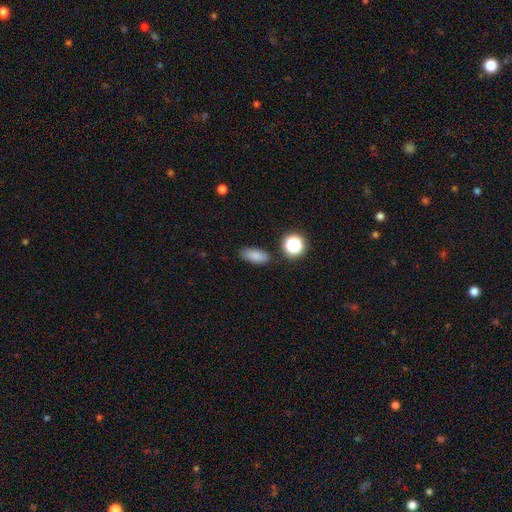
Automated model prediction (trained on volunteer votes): Smooth or featured? smooth (82%)
How rounded? in between (81%)
Merging? none (82%)